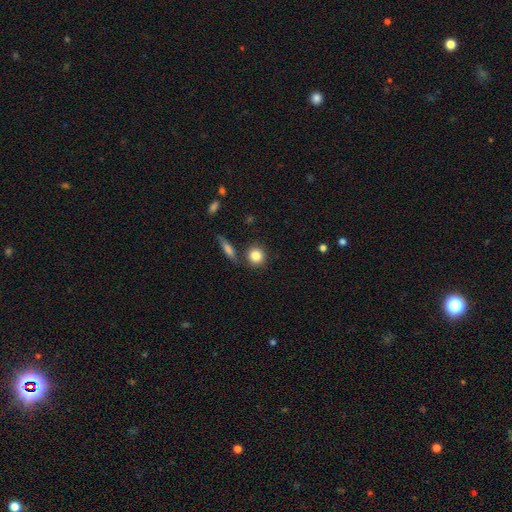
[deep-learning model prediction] Overall: smooth (83%). How rounded: round (86%). Merging: none (81%).